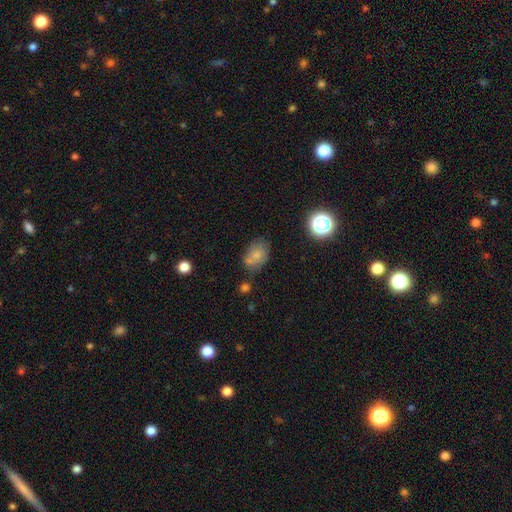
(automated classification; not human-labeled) Morphology: type=smooth (72%); roundness=in between (76%); merging=none (51%).